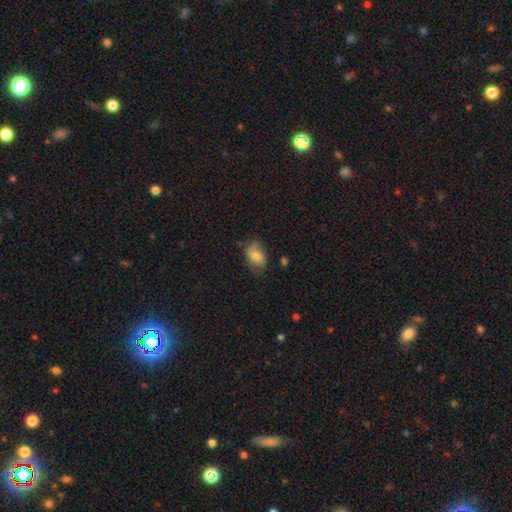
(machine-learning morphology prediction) A smooth galaxy with no disk features (70%) that is in between round and cigar-shaped (85%). Merging: none (54%).